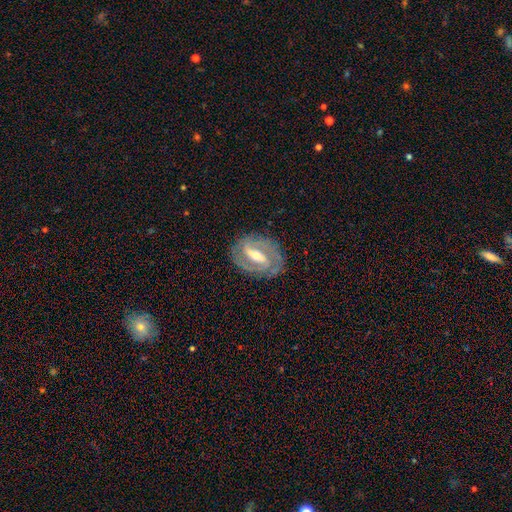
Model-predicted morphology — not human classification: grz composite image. It shows a featured or disk galaxy (87%) with a strong bar (58%), 2 (82%) medium (43%, tied with tight) spiral arms (93%) and a moderate central bulge (57%). Merging: none (82%).